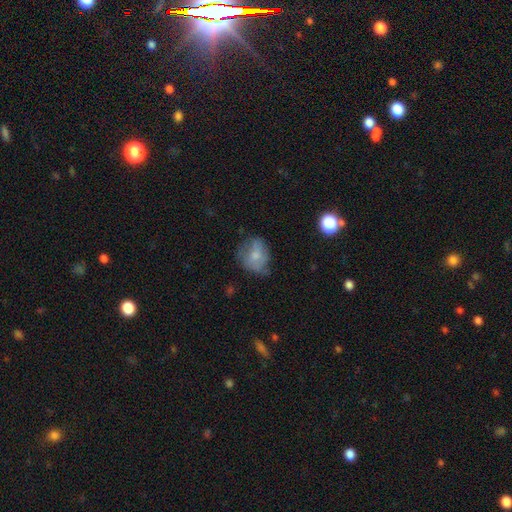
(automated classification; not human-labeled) Smooth or featured? Predicted: smooth (p=0.61). How rounded? Predicted: round (p=0.59). Merging? Predicted: none (p=0.50).